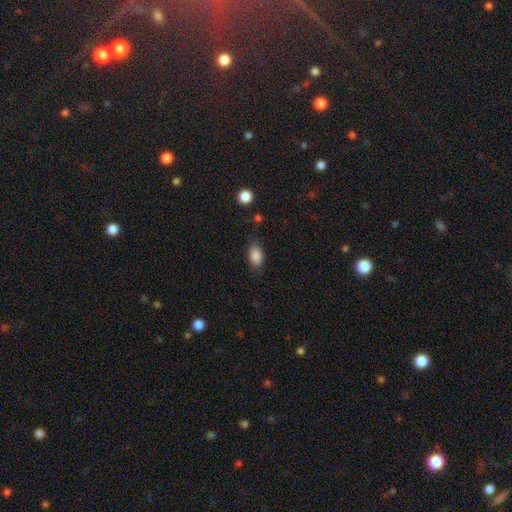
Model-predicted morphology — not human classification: This is clearly a smooth galaxy (87%). How rounded: clearly in between (88%). Merging: likely none (78%).